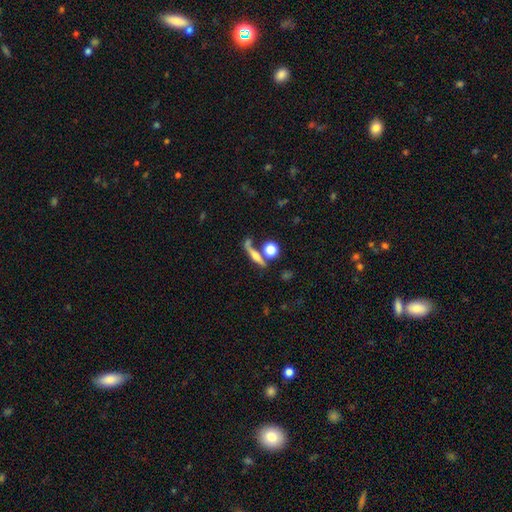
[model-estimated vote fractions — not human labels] The model was most divided on "smooth or featured": featured or disk: 46%, smooth: 42%, star or artifact: 12%. More confident: merging — none (65%).